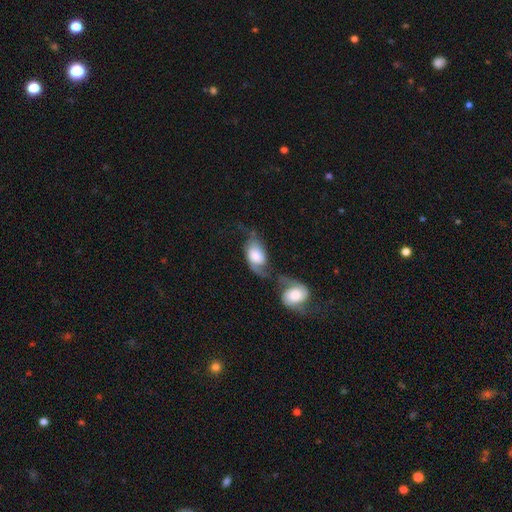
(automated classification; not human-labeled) A featured or disk galaxy (52%). Merging: merger (57%).